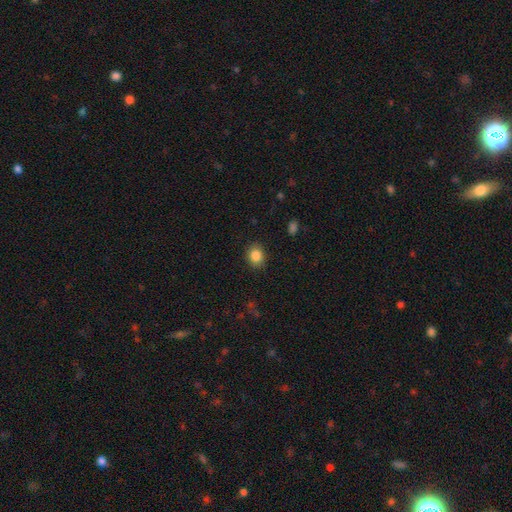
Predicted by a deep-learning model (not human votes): This appears to be a smooth galaxy with no disk features (86%) that is round (50%). Merging: none (87%).